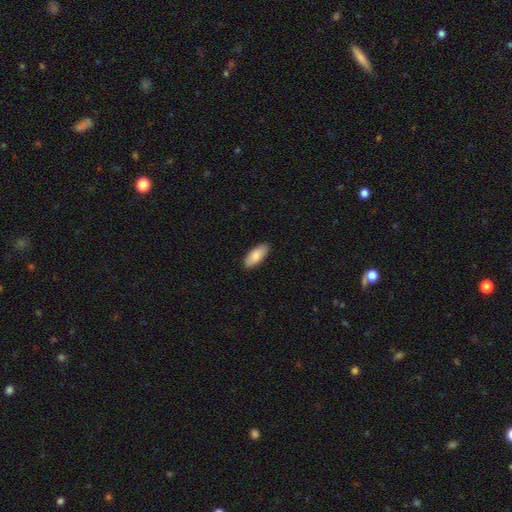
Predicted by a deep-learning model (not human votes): smooth_or_featured: smooth (p=0.86) [alt: featured or disk p=0.09]
how_rounded: in between (p=0.83) [alt: cigar-shaped p=0.15]
merging: none (p=0.89) [alt: minor disturbance p=0.09]